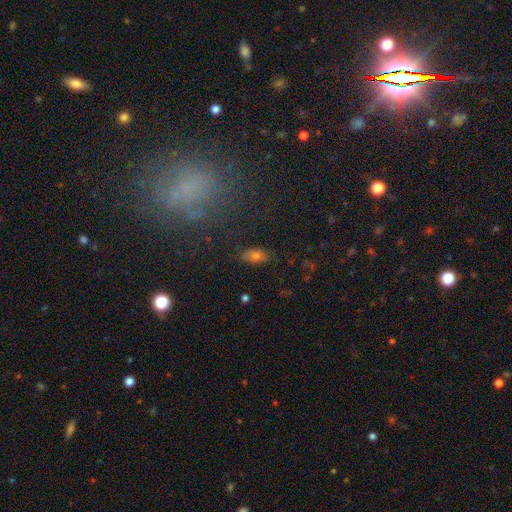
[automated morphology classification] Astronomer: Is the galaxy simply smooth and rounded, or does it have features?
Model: smooth — 63%.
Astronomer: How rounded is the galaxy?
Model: in between — 87%.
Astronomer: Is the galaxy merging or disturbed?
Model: none — 79%.